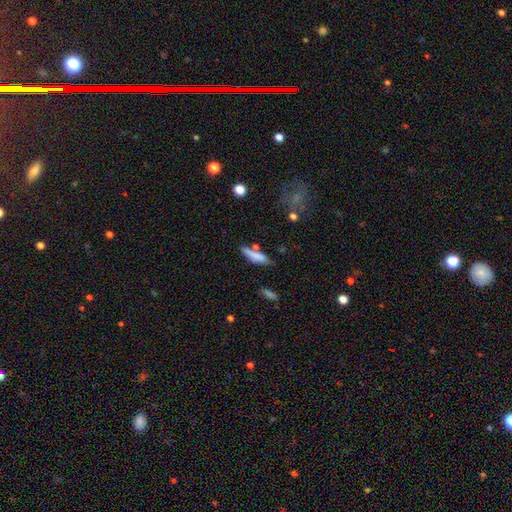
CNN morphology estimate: Smooth or featured: smooth — 75% (featured or disk — 17%)
How rounded: cigar-shaped — 74% (in between — 24%)
Merging: none — 60% (minor disturbance — 21%)